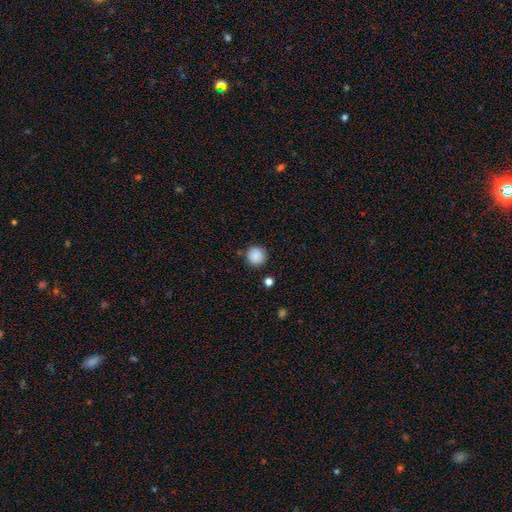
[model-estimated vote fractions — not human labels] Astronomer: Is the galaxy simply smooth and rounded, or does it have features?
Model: smooth — 88%.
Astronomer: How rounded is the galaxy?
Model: round — 95%.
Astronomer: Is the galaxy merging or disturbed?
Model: none — 89%.